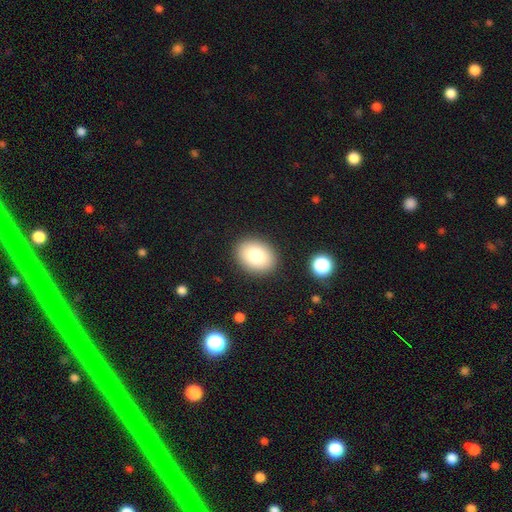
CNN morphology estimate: Q: Smooth or featured?
A: smooth (81%); runner-up: featured or disk (10%)
Q: How rounded?
A: in between (59%); runner-up: round (40%)
Q: Merging?
A: none (89%); runner-up: minor disturbance (7%)